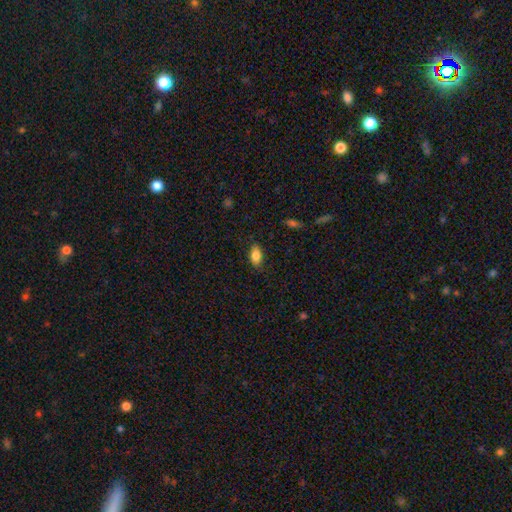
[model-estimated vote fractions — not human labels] Morphology: type=smooth (84%); roundness=in between (89%); merging=none (84%).